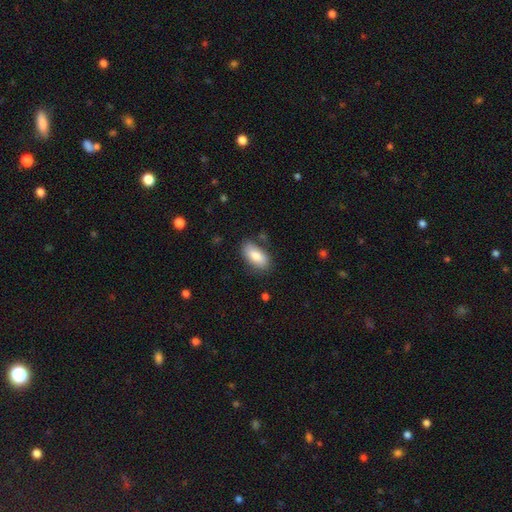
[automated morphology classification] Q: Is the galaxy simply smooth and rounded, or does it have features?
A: smooth — 83%.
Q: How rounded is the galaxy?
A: in between — 92%.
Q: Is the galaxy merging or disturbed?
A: none — 78%.